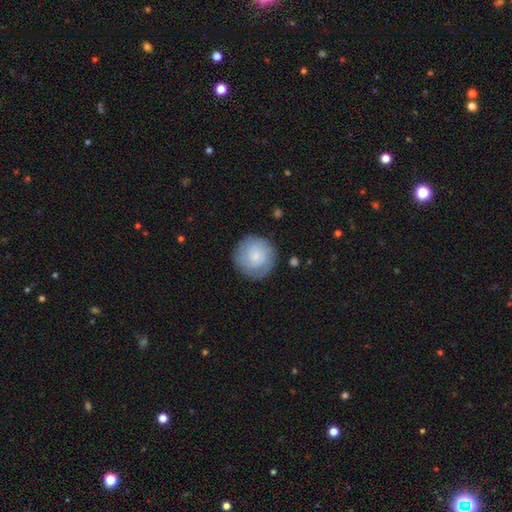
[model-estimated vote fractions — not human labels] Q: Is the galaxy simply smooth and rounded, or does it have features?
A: smooth — 60%.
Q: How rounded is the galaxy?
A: round — 94%.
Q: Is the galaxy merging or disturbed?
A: none — 82%.